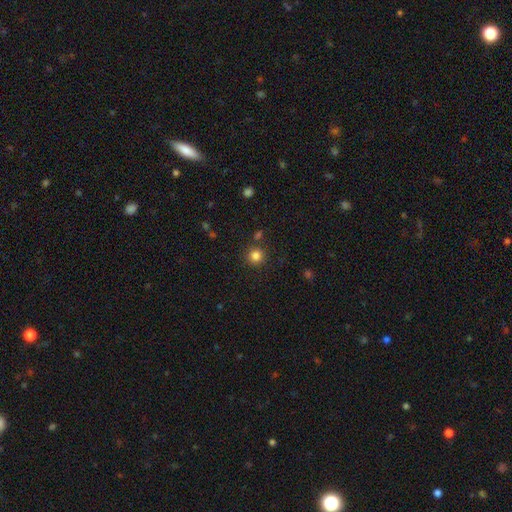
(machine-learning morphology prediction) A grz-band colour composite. It shows a smooth galaxy with no disk features (82%) that is round (94%). Merging: none (86%).